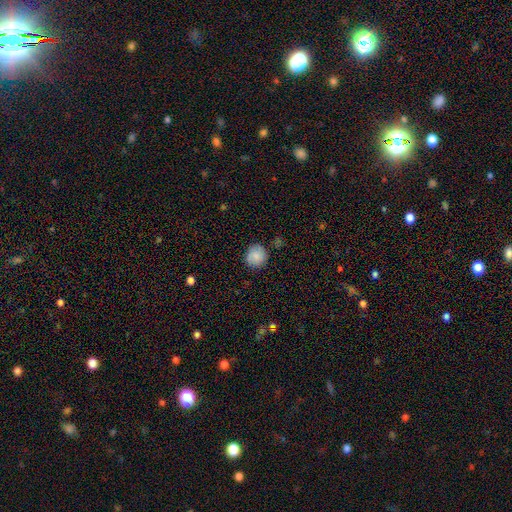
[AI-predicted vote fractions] Q: Smooth or featured?
A: smooth (82%); runner-up: featured or disk (10%)
Q: How rounded?
A: round (89%); runner-up: in between (10%)
Q: Merging?
A: none (82%); runner-up: minor disturbance (13%)